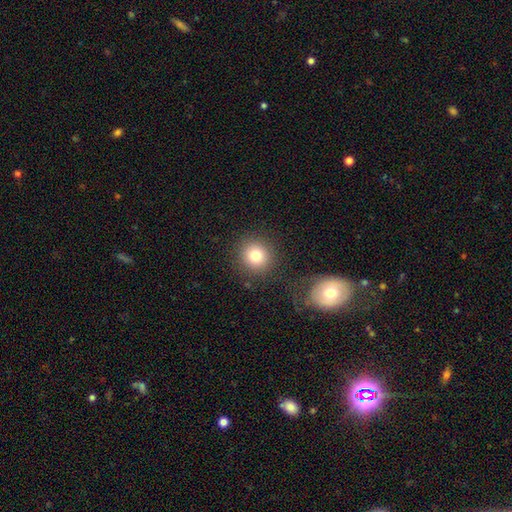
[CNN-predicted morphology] Q: Smooth or featured?
A: smooth (79%); runner-up: star or artifact (12%)
Q: How rounded?
A: round (91%); runner-up: in between (8%)
Q: Merging?
A: none (85%); runner-up: minor disturbance (8%)